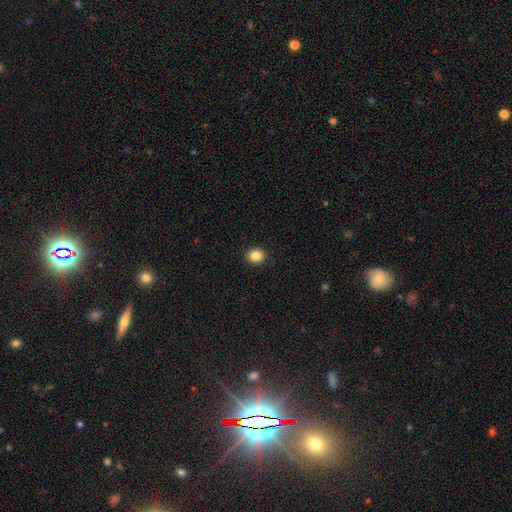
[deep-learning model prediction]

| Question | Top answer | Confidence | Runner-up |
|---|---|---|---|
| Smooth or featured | smooth | 86% | star or artifact (10%) |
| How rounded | round | 77% | in between (22%) |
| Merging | none | 93% | minor disturbance (5%) |